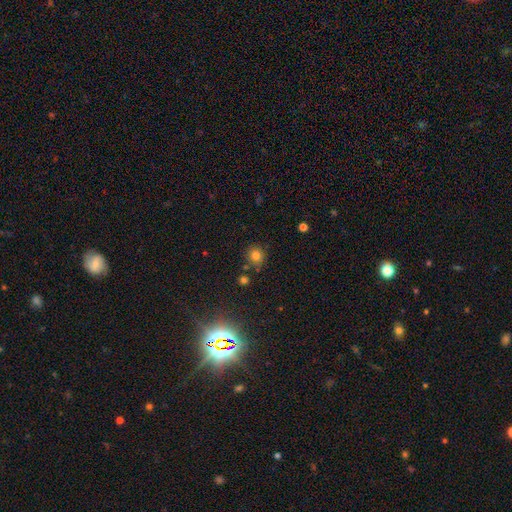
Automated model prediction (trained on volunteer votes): A smooth galaxy with no disk features (78%) that is round (86%). Merging: none (78%).